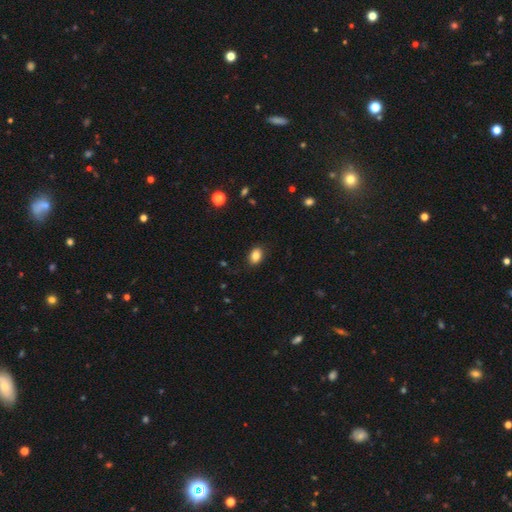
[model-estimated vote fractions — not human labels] Smooth or featured? smooth (84%)
How rounded? in between (79%)
Merging? none (87%)